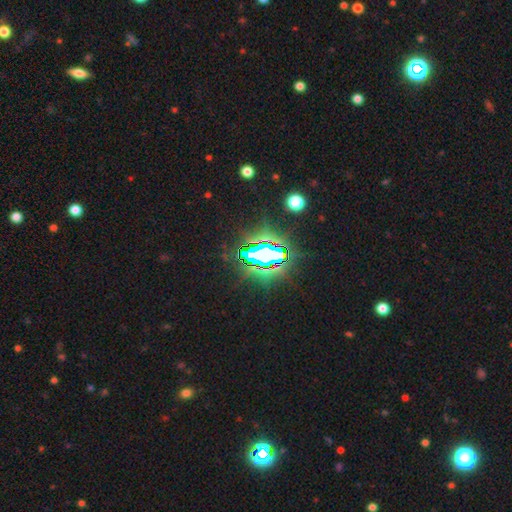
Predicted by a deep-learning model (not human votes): Overall: star or artifact (76%).